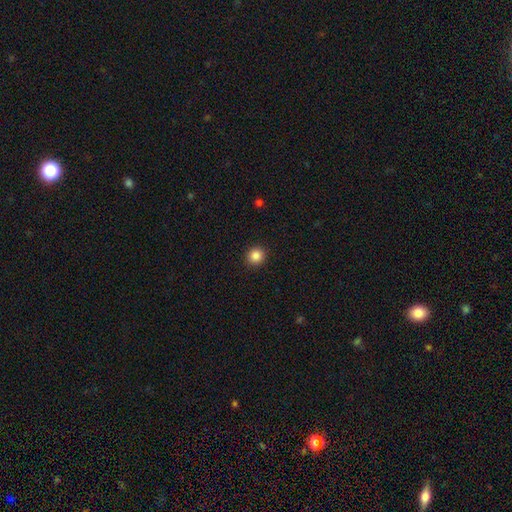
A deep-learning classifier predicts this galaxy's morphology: This appears to be a smooth galaxy with no disk features (86%) that is round (90%). Merging: none (92%).